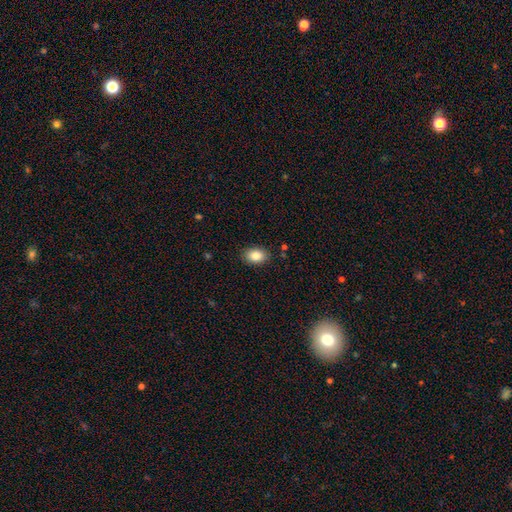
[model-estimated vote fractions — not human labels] Smooth or featured? smooth (85%)
How rounded? in between (82%)
Merging? none (87%)